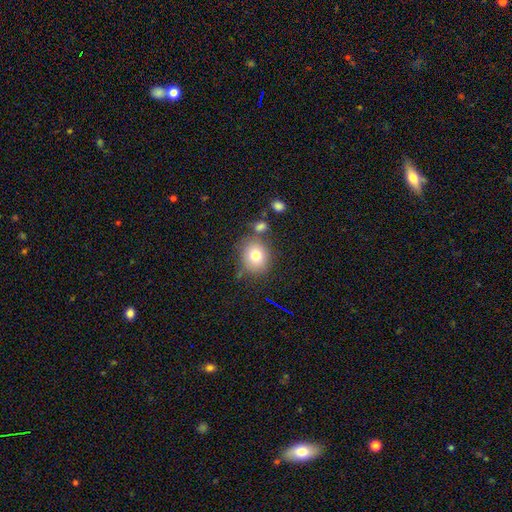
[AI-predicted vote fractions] Smooth or featured? smooth (77%)
How rounded? round (75%)
Merging? none (69%)